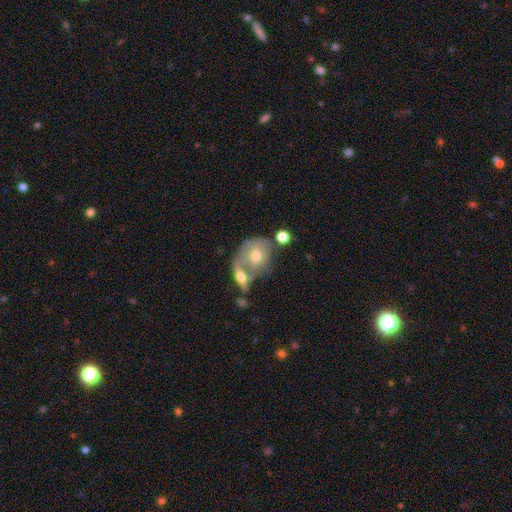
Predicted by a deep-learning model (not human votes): This appears to be a featured or disk galaxy (46%). Merging: merger (50%).